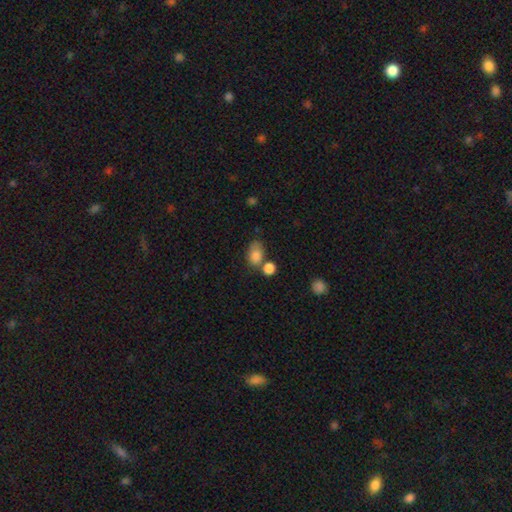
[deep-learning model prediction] This appears to be a smooth galaxy with no disk features (83%) that is in between round and cigar-shaped (77%). Merging: none (41%).